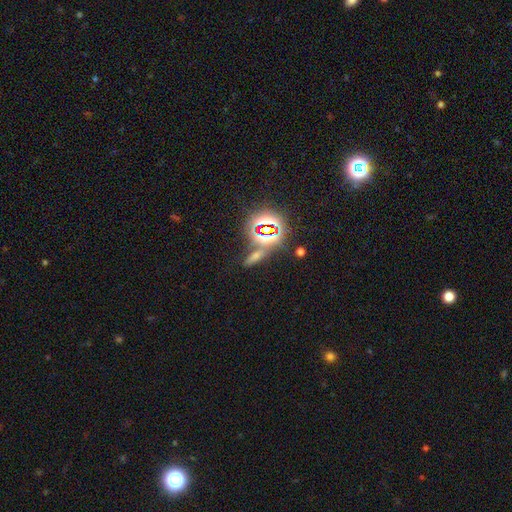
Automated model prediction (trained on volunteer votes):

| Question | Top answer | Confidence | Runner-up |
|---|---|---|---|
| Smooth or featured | star or artifact | 51% | smooth (33%) |